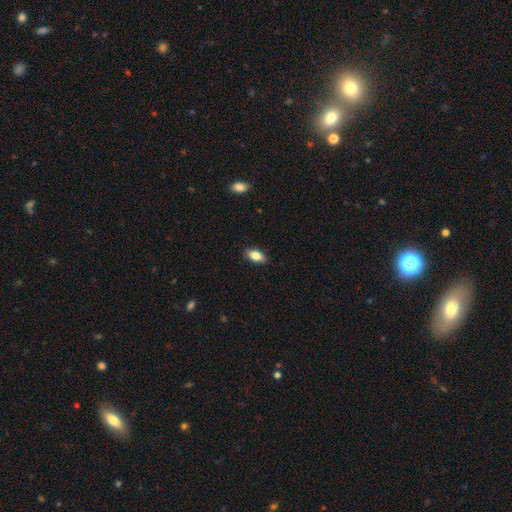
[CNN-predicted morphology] smooth 80%, featured or disk 13%, star or artifact 7%. Down the decision tree: how rounded — in between (86%); merging — none (88%).